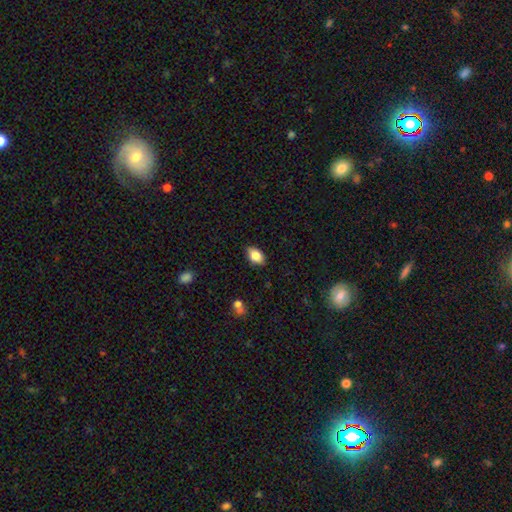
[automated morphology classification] Overall: smooth (84%). How rounded: in between (88%). Merging: none (86%).